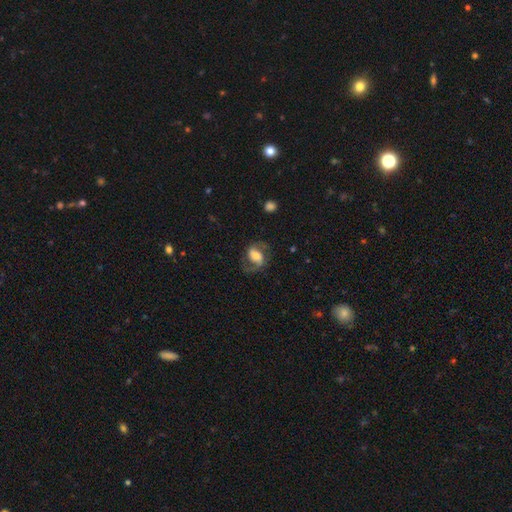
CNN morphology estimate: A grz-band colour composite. It shows a featured or disk galaxy (75%) with a weak bar (41%), 2 (86%) medium (51%) spiral arms (92%) and a moderate central bulge (57%). Merging: none (70%).